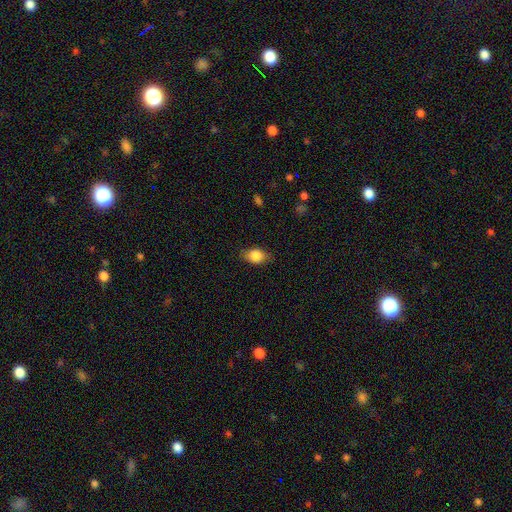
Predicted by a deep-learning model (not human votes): A smooth galaxy with no disk features (82%) that is in between round and cigar-shaped (81%). Merging: none (79%).